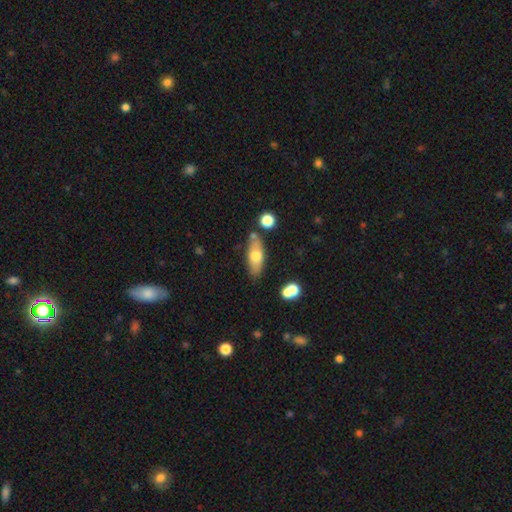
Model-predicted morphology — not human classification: A smooth galaxy with no disk features (64%) that is in between round and cigar-shaped (66%).

Vote fractions:
- Smooth or featured? smooth: 64% / featured or disk: 30% / star or artifact: 7%
- How rounded? in between: 66% / cigar-shaped: 30% / round: 3%
- Merging? none: 75% / minor disturbance: 14% / merger: 8% / major disturbance: 3%